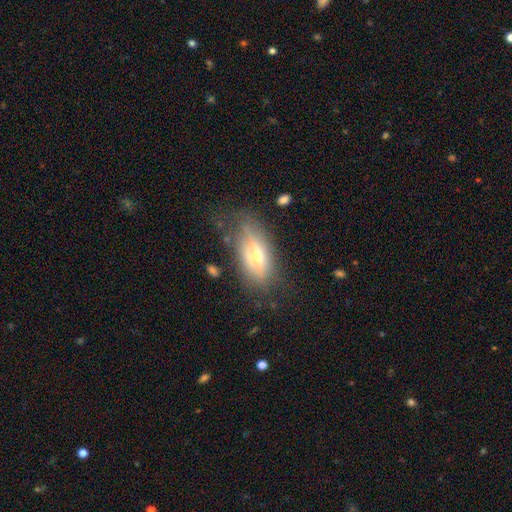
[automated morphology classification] This is possibly a smooth galaxy (51%). How rounded: likely in between (76%). Merging: likely none (61%).